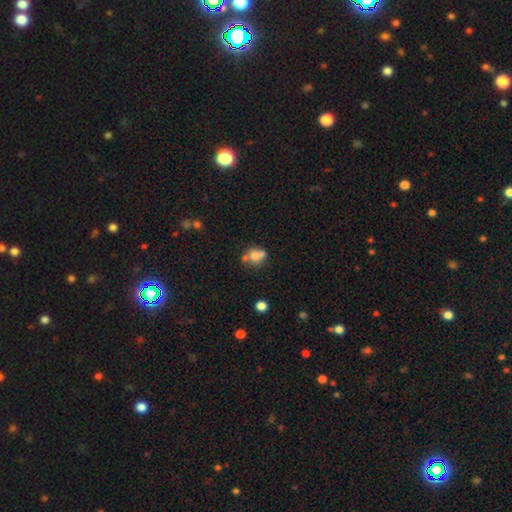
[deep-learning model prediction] Smooth or featured?
  - smooth: 67% *
  - featured or disk: 21%
  - star or artifact: 12%
How rounded?
  - round: 62% *
  - in between: 37%
  - cigar-shaped: 1%
Merging?
  - none: 41% *
  - merger: 37%
  - minor disturbance: 15%
  - major disturbance: 7%